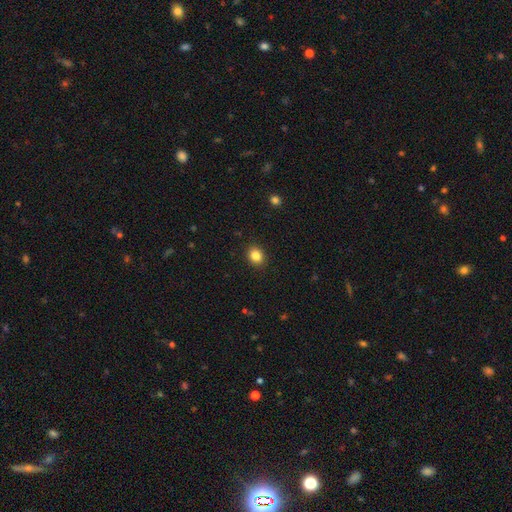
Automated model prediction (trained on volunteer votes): Smooth or featured?
  - smooth: 85% *
  - star or artifact: 10%
  - featured or disk: 5%
How rounded?
  - round: 62% *
  - in between: 38%
  - cigar-shaped: 1%
Merging?
  - none: 90% *
  - minor disturbance: 7%
  - major disturbance: 2%
  - merger: 1%